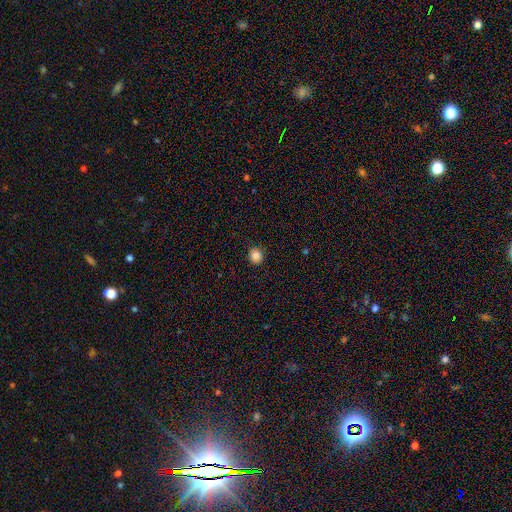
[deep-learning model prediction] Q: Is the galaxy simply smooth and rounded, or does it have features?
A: smooth — 85%.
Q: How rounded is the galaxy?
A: round — 87%.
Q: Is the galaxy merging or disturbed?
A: none — 91%.